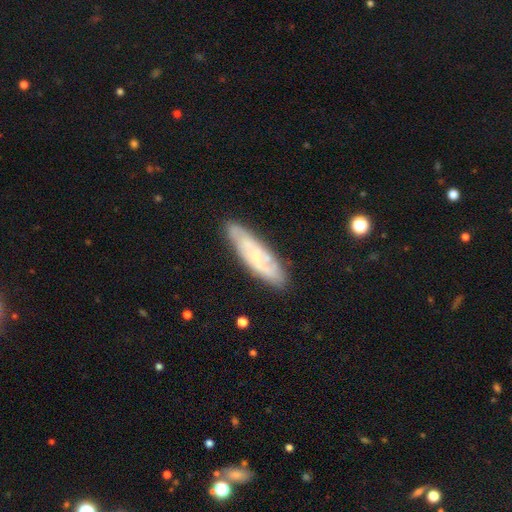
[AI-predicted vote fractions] Q: Smooth or featured?
A: featured or disk (59%); runner-up: smooth (34%)
Q: Edge-on disk?
A: no (73%); runner-up: yes (27%)
Q: Merging?
A: none (80%); runner-up: minor disturbance (14%)